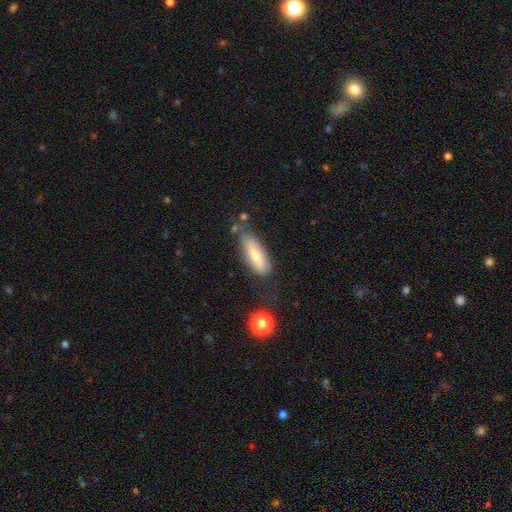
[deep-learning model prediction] This appears to be a smooth galaxy with no disk features (59%) that is in between round and cigar-shaped (60%). Merging: none (59%).